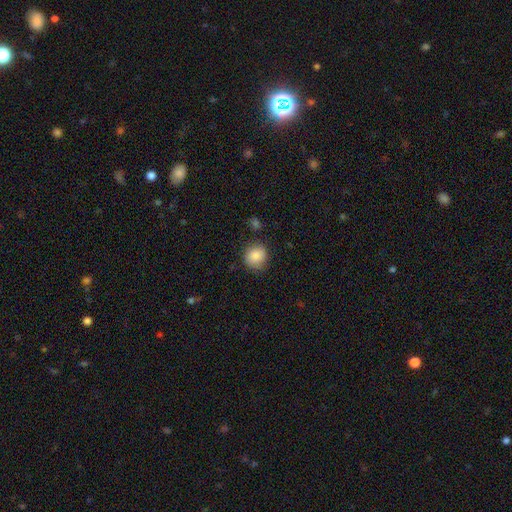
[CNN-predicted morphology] Smooth or featured: smooth — 86% (star or artifact — 8%)
How rounded: round — 82% (in between — 17%)
Merging: none — 81% (minor disturbance — 13%)